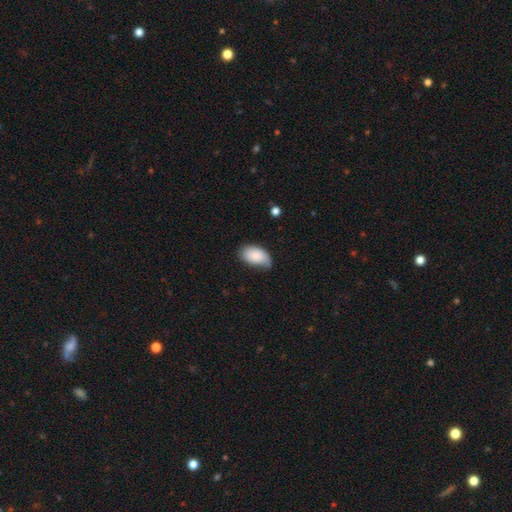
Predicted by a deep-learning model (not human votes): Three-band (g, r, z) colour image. It shows a smooth galaxy with no disk features (80%) that is in between round and cigar-shaped (93%). Merging: none (50%).